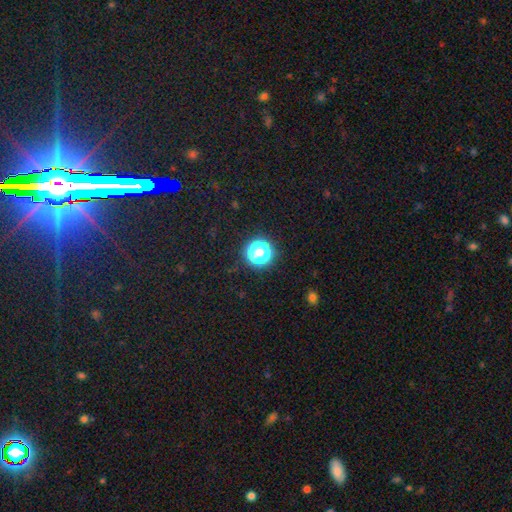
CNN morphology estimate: Smooth or featured: smooth — 48% (star or artifact — 44%)
Merging: none — 81% (minor disturbance — 10%)